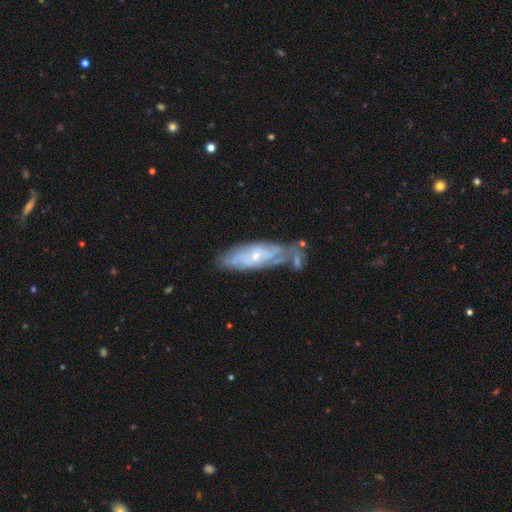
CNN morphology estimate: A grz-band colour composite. It shows a featured or disk galaxy (70%) with no bar (71%), spiral arms (74%) and a small central bulge (71%). Merging: none (48%).